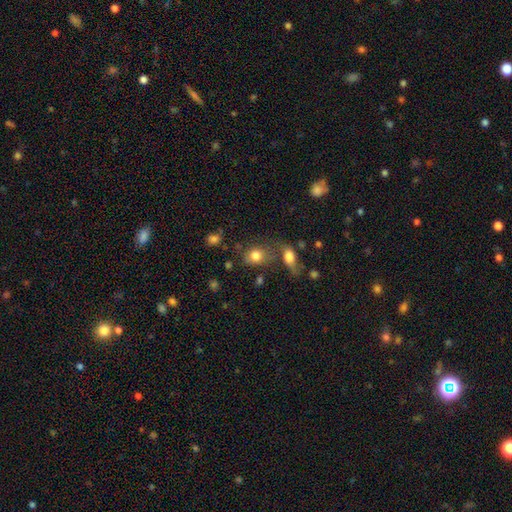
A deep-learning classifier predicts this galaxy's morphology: Smooth or featured?
  - smooth: 80% *
  - star or artifact: 10%
  - featured or disk: 10%
How rounded?
  - in between: 50% *
  - round: 48%
  - cigar-shaped: 2%
Merging?
  - none: 55% *
  - merger: 21%
  - minor disturbance: 16%
  - major disturbance: 8%